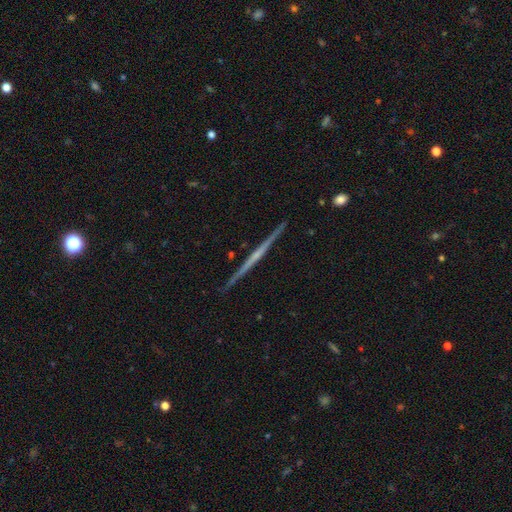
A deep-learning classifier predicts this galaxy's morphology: smooth_or_featured: featured or disk (p=0.77) [alt: smooth p=0.18]
disk_edge_on: yes (p=0.98) [alt: no p=0.02]
edge_on_bulge: none (p=0.64) [alt: rounded p=0.29]
merging: none (p=0.92) [alt: minor disturbance p=0.05]